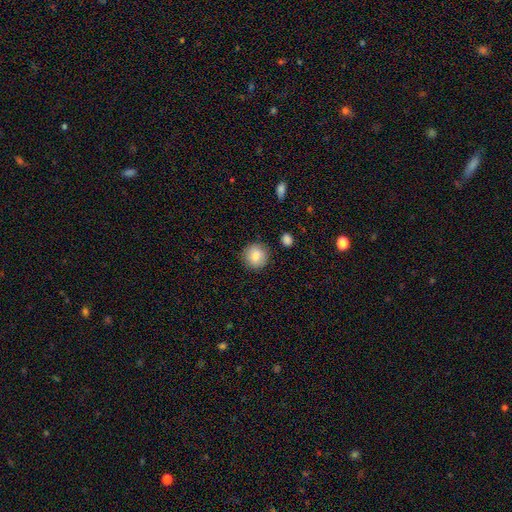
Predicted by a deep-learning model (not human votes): Smooth or featured? Predicted: smooth (p=0.83). How rounded? Predicted: round (p=0.92). Merging? Predicted: none (p=0.89).